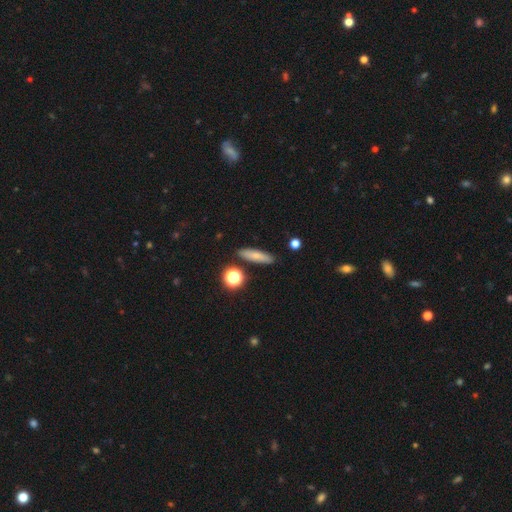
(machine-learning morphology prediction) Smooth or featured: smooth — 74% (featured or disk — 16%)
How rounded: cigar-shaped — 67% (in between — 28%)
Merging: none — 87% (minor disturbance — 8%)